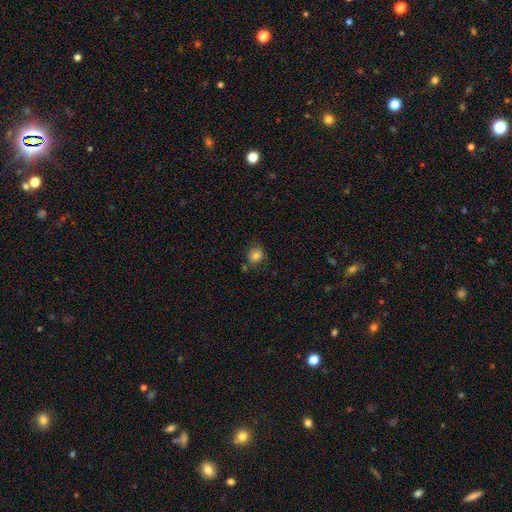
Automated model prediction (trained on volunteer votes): smooth_or_featured: smooth (p=0.80) [alt: star or artifact p=0.11]
how_rounded: round (p=0.68) [alt: in between p=0.31]
merging: none (p=0.72) [alt: minor disturbance p=0.18]